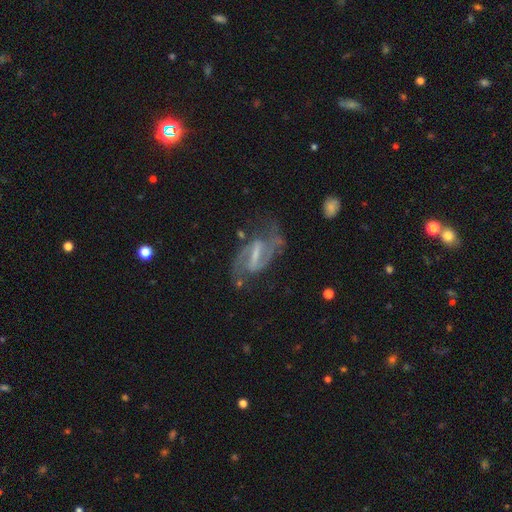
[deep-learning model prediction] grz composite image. It shows a featured or disk galaxy (88%) with a strong bar (62%), 2 (91%) medium (54%) spiral arms (94%) and a small central bulge (43%). Merging: none (67%).